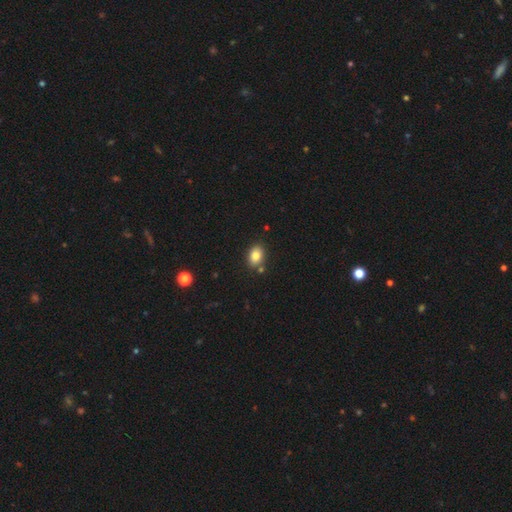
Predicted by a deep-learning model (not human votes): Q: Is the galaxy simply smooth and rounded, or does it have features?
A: smooth — 82%.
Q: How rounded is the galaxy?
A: in between — 75%.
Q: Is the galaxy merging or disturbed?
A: none — 81%.